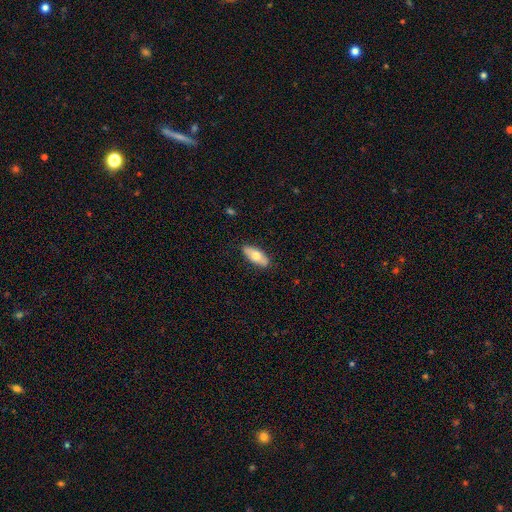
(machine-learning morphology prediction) Smooth or featured?
  - smooth: 67% *
  - featured or disk: 27%
  - star or artifact: 6%
How rounded?
  - in between: 80% *
  - cigar-shaped: 18%
  - round: 3%
Merging?
  - none: 87% *
  - minor disturbance: 10%
  - major disturbance: 2%
  - merger: 1%